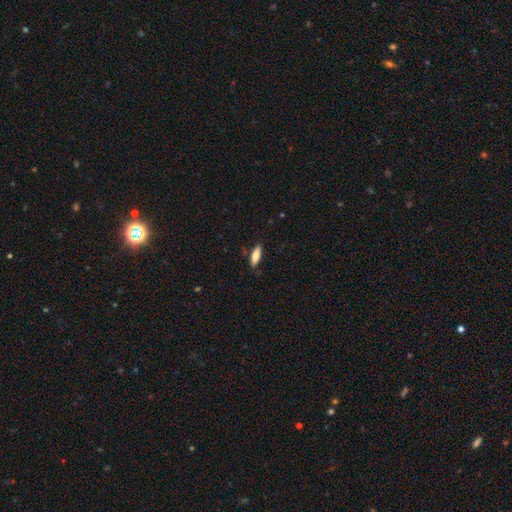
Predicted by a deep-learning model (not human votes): Smooth or featured: smooth — 76% (featured or disk — 17%)
How rounded: cigar-shaped — 54% (in between — 45%)
Merging: none — 82% (minor disturbance — 13%)